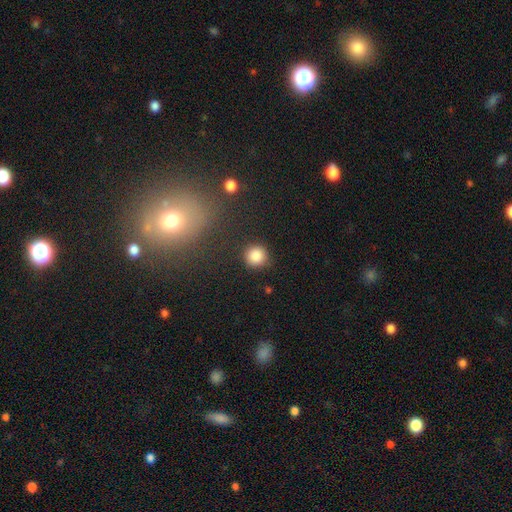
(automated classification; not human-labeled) smooth-or-featured: smooth: 86% | star or artifact: 10% | featured or disk: 4%
  how-rounded: round: 93% | in between: 6% | cigar-shaped: 1%
  merging: none: 87% | minor disturbance: 8% | major disturbance: 3% | merger: 2%